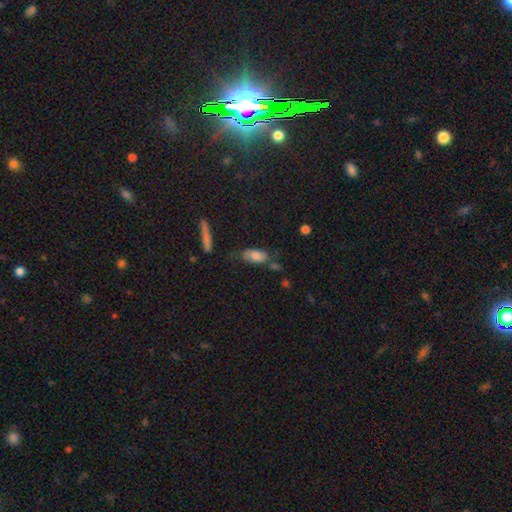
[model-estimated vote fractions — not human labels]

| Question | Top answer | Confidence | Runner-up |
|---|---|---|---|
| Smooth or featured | smooth | 76% | featured or disk (16%) |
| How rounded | in between | 84% | cigar-shaped (13%) |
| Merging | none | 57% | minor disturbance (25%) |